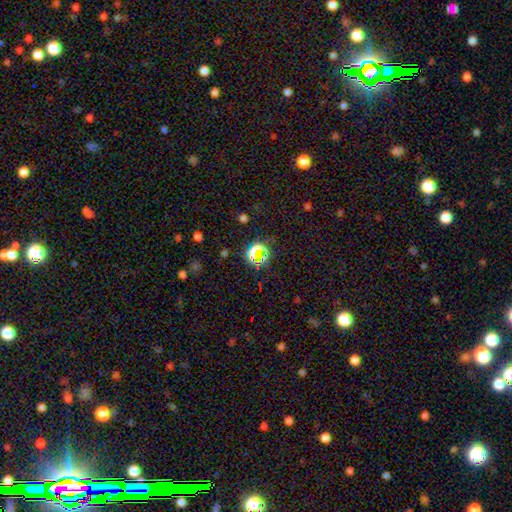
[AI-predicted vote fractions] Q: Smooth or featured?
A: star or artifact (62%); runner-up: smooth (28%)